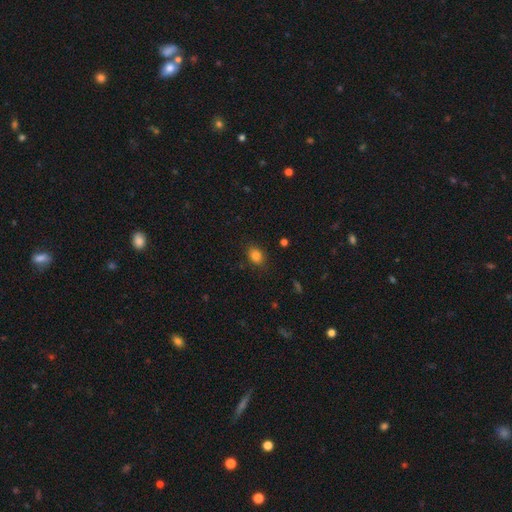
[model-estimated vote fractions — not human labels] Smooth or featured? Predicted: smooth (p=0.84). How rounded? Predicted: in between (p=0.66). Merging? Predicted: none (p=0.84).